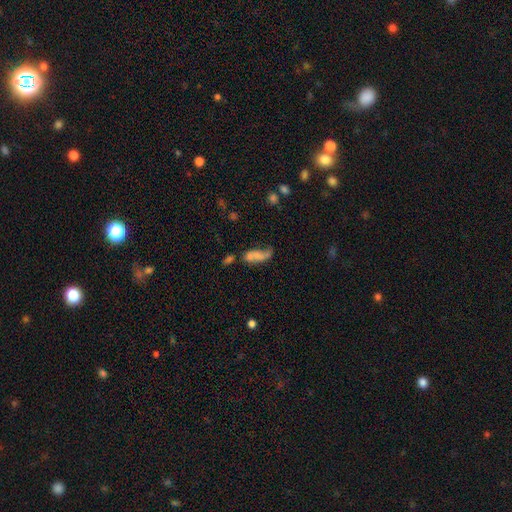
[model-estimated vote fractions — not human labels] A smooth galaxy with no disk features (58%) that is in between round and cigar-shaped (69%).

Vote fractions:
- Smooth or featured? smooth: 58% / featured or disk: 30% / star or artifact: 12%
- How rounded? in between: 69% / cigar-shaped: 24% / round: 7%
- Merging? merger: 38% / none: 24% / major disturbance: 22% / minor disturbance: 16%